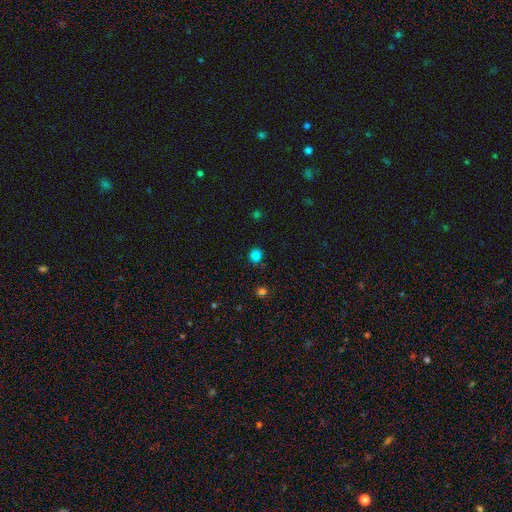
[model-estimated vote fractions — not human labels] This is clearly a smooth galaxy (81%). How rounded: clearly round (88%). Merging: clearly none (85%).